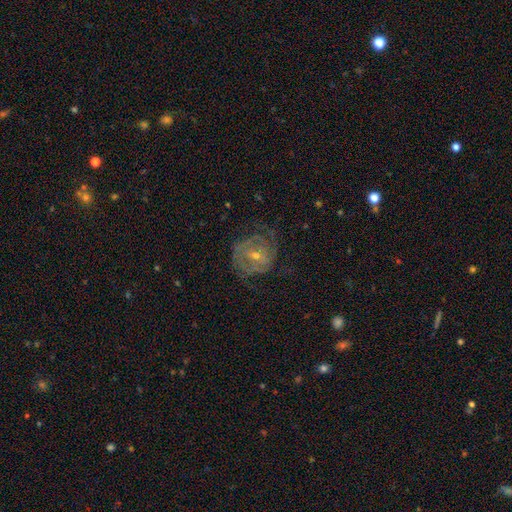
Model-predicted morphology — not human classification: Smooth or featured? featured or disk (80%)
Edge-on disk? no (97%)
Bar? weak (50%)
Spiral arms? yes (89%)
Spiral winding? tight (57%)
Spiral arm count? can't tell (36%)
Bulge size? small (50%)
Merging? none (62%)